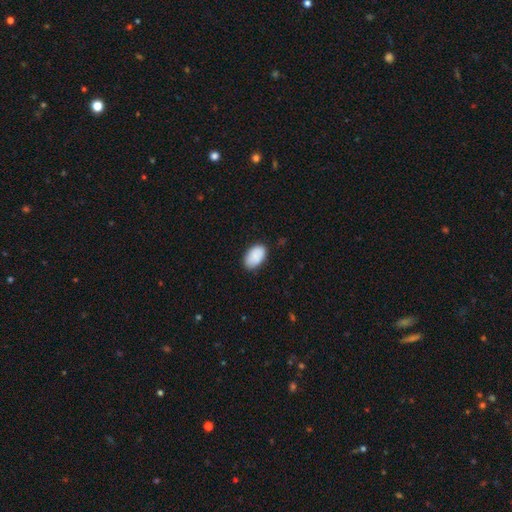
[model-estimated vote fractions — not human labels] The model was most divided on "merging": none: 81%, minor disturbance: 15%, major disturbance: 3%, merger: 1%. More confident: how rounded — in between (93%); smooth or featured — smooth (86%).